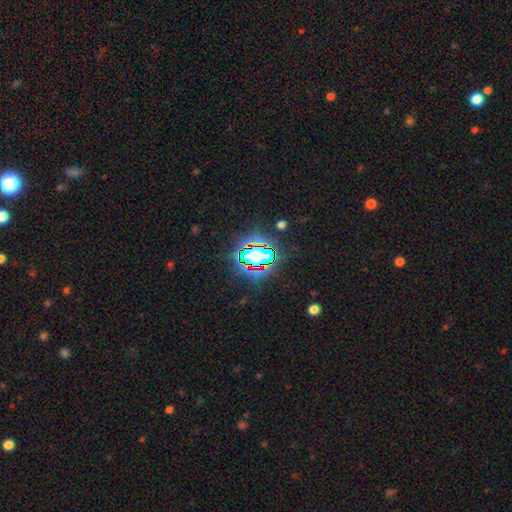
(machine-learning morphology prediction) smooth-or-featured: star or artifact: 72% | smooth: 17% | featured or disk: 11%